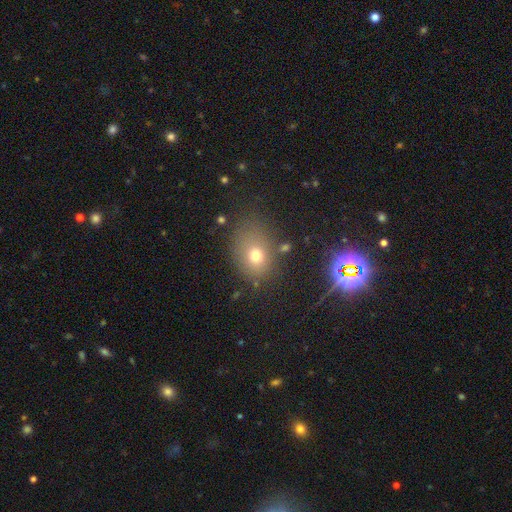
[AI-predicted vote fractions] smooth_or_featured: smooth (p=0.71) [alt: star or artifact p=0.17]
how_rounded: in between (p=0.54) [alt: round p=0.45]
merging: none (p=0.70) [alt: minor disturbance p=0.16]